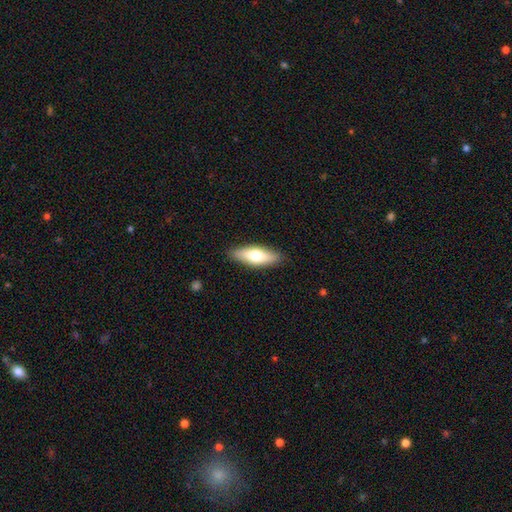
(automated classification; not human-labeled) A smooth galaxy with no disk features (65%) that is in between round and cigar-shaped (60%).

Vote fractions:
- Smooth or featured? smooth: 65% / featured or disk: 29% / star or artifact: 6%
- How rounded? in between: 60% / cigar-shaped: 38% / round: 2%
- Merging? none: 88% / minor disturbance: 9% / major disturbance: 2% / merger: 1%